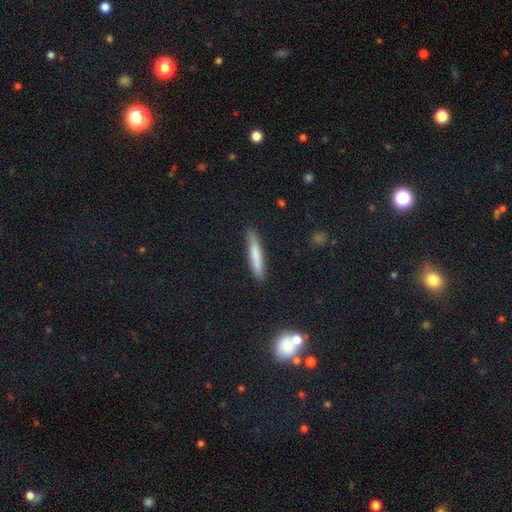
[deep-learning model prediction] This is likely a smooth galaxy (74%). How rounded: clearly cigar-shaped (92%). Merging: clearly none (88%).